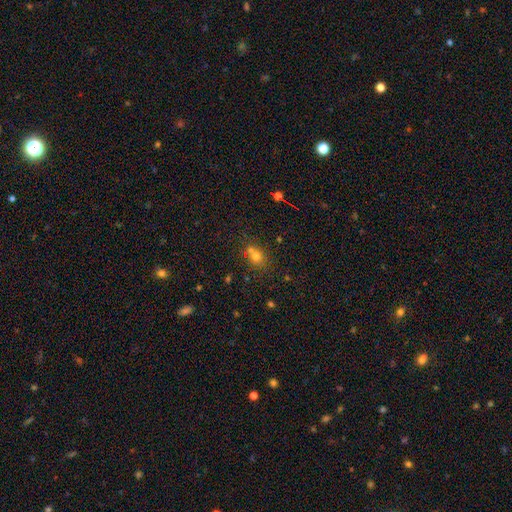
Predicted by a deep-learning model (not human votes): smooth-or-featured: smooth: 65% | star or artifact: 22% | featured or disk: 12%
  how-rounded: round: 73% | in between: 26% | cigar-shaped: 1%
  merging: none: 57% | merger: 29% | minor disturbance: 10% | major disturbance: 4%